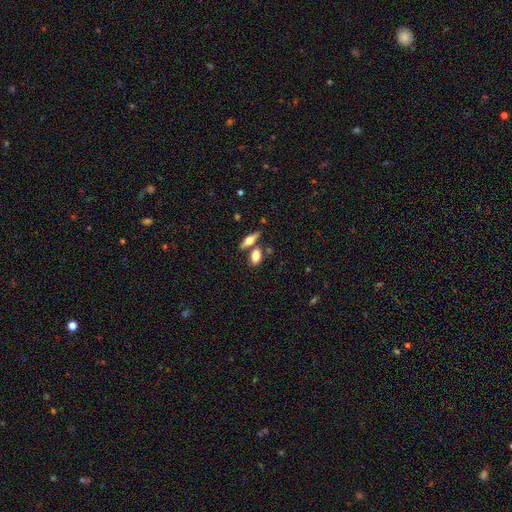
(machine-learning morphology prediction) The model was most divided on "smooth or featured": smooth: 65%, featured or disk: 27%, star or artifact: 8%. More confident: how rounded — in between (78%); merging — none (63%).